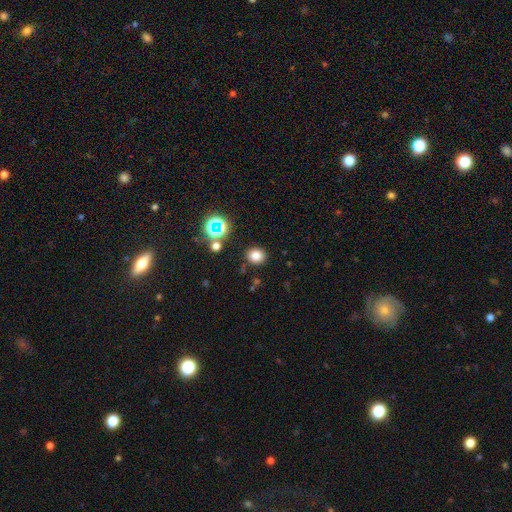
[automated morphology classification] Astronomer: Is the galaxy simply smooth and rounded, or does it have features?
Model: smooth — 78%.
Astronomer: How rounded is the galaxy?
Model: round — 70%.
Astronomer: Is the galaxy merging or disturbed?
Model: none — 86%.